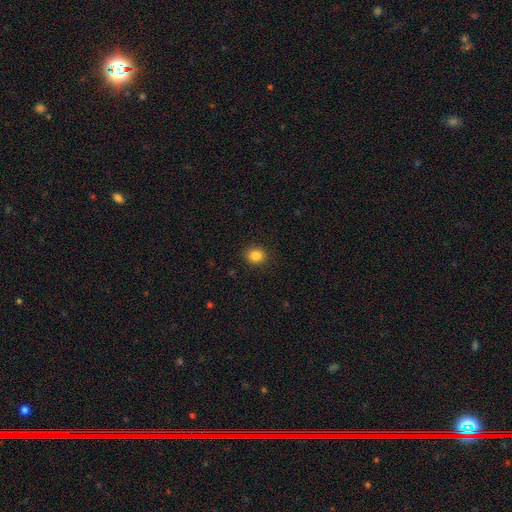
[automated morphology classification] Smooth or featured? smooth (85%)
How rounded? round (70%)
Merging? none (90%)